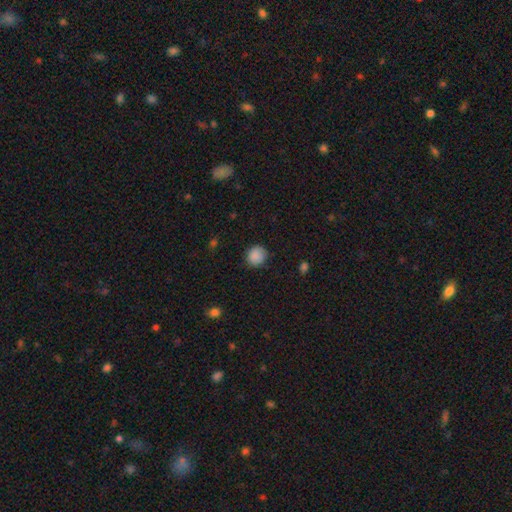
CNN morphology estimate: Smooth or featured?
  - smooth: 88% *
  - star or artifact: 9%
  - featured or disk: 3%
How rounded?
  - round: 86% *
  - in between: 13%
  - cigar-shaped: 1%
Merging?
  - none: 85% *
  - minor disturbance: 11%
  - major disturbance: 3%
  - merger: 1%